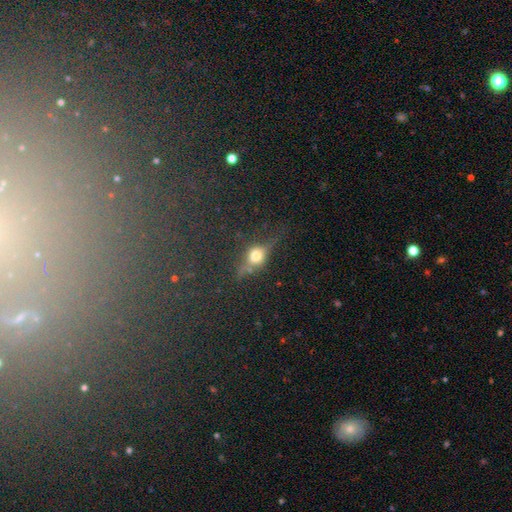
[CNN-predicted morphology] This appears to be a smooth galaxy with no disk features (46%). Merging: none (58%).